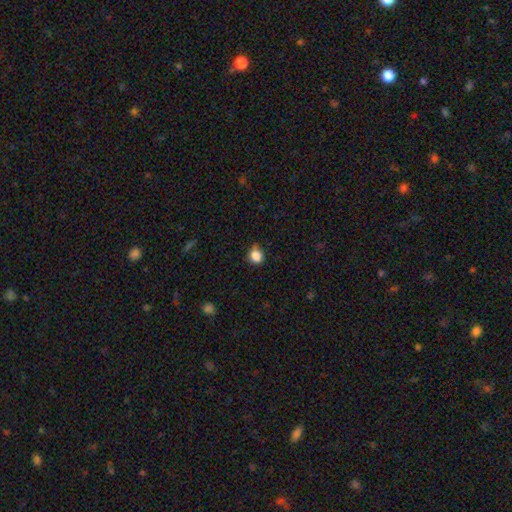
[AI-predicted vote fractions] This appears to be a smooth galaxy with no disk features (85%) that is round (73%). Merging: none (70%).